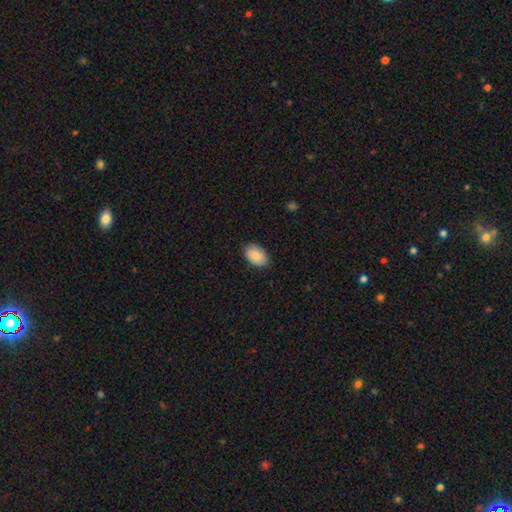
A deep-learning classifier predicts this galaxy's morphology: type=smooth (87%); roundness=in between (88%); merging=none (85%).